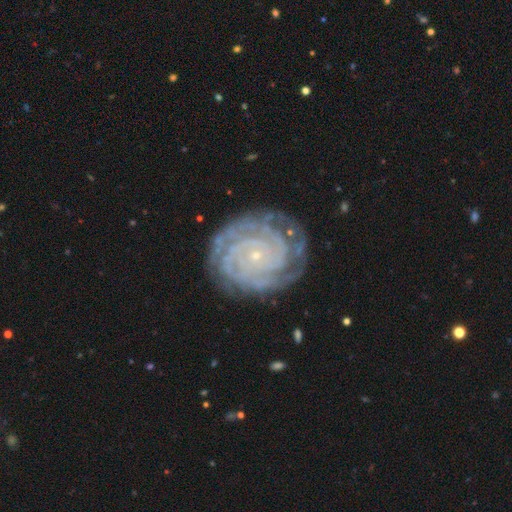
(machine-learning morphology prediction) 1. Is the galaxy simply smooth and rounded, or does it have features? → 90% featured or disk, 5% star or artifact, 5% smooth.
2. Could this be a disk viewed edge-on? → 98% no, 2% yes.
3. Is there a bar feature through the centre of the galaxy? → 80% no, 13% weak, 6% strong.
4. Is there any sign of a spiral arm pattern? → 98% yes, 2% no.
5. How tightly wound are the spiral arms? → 89% tight, 10% medium, 2% loose.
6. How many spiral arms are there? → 22% 4, 19% 3, 19% can't tell, 18% 2, 14% more than 4, 9% 1.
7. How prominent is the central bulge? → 91% small, 6% moderate, 2% none, 1% large, 1% dominant.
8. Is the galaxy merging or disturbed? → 80% none, 14% minor disturbance, 4% major disturbance, 1% merger.